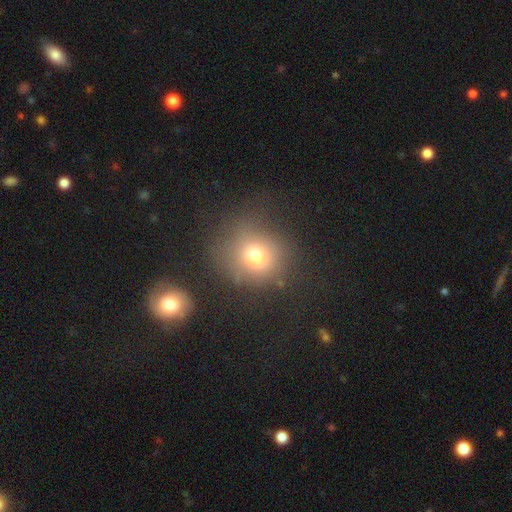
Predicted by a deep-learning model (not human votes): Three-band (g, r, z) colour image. It shows a smooth galaxy with no disk features (71%) that is round (82%). Merging: none (64%).